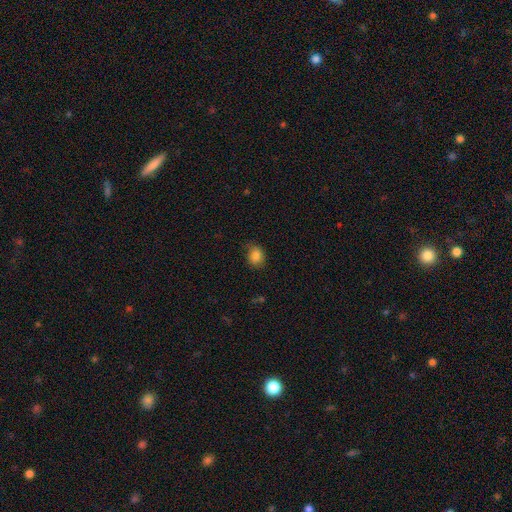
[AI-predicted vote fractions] Smooth or featured? Predicted: smooth (p=0.84). How rounded? Predicted: round (p=0.56). Merging? Predicted: none (p=0.73).